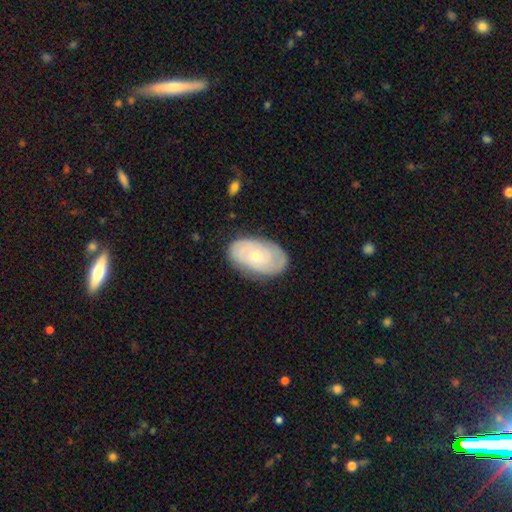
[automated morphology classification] The model was most divided on "spiral arm count": 2: 41%, can't tell: 40%, 3: 7%, 1: 6%, 4: 3%, more than 4: 3%. More confident: edge-on disk — no (95%); spiral arms — yes (81%); merging — none (81%); bar — no (80%); spiral winding — tight (69%); smooth or featured — featured or disk (65%); bulge size — small (58%).